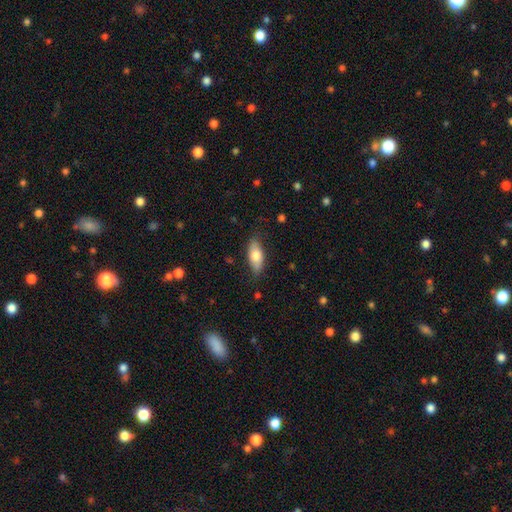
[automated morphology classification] Overall: smooth (71%). How rounded: in between (81%). Merging: none (79%).